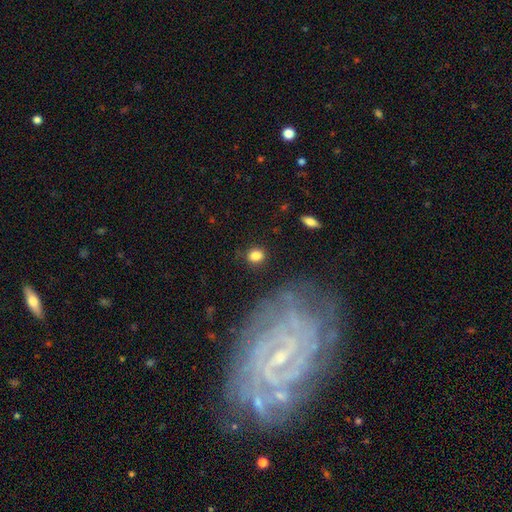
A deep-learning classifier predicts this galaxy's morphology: smooth-or-featured: smooth: 85% | star or artifact: 9% | featured or disk: 6%
  how-rounded: round: 75% | in between: 24% | cigar-shaped: 1%
  merging: none: 86% | minor disturbance: 9% | major disturbance: 3% | merger: 2%